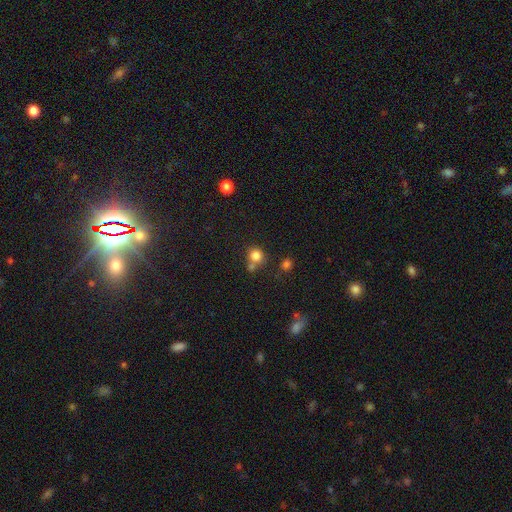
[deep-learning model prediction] Smooth or featured? Predicted: smooth (p=0.81). How rounded? Predicted: round (p=0.86). Merging? Predicted: none (p=0.58).